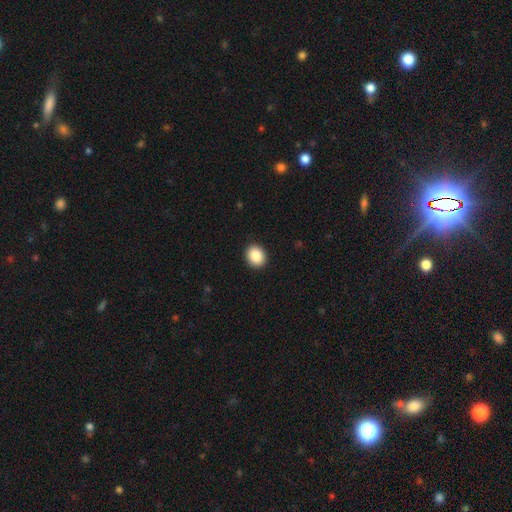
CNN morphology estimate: Smooth or featured? Predicted: smooth (p=0.88). How rounded? Predicted: round (p=0.61). Merging? Predicted: none (p=0.92).